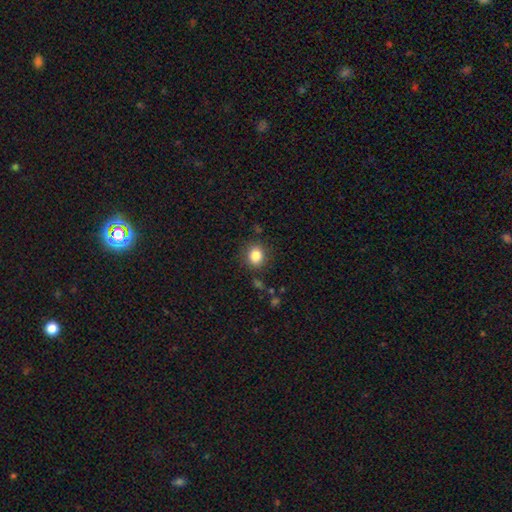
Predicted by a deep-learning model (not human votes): smooth_or_featured: smooth (p=0.84) [alt: star or artifact p=0.11]
how_rounded: round (p=0.73) [alt: in between p=0.26]
merging: none (p=0.85) [alt: minor disturbance p=0.10]